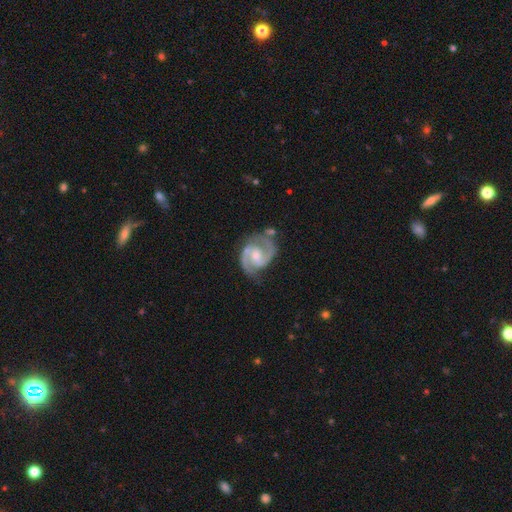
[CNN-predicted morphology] A featured or disk galaxy (91%) with a weak bar (49%), 2 (92%) medium (59%) spiral arms (98%) and a moderate central bulge (56%).

Vote fractions:
- Smooth or featured? featured or disk: 91% / smooth: 5% / star or artifact: 4%
- Edge-on disk? no: 98% / yes: 2%
- Bar? weak: 49% / no: 38% / strong: 12%
- Spiral arms? yes: 98% / no: 2%
- Spiral winding? medium: 59% / tight: 30% / loose: 11%
- Spiral arm count? 2: 92% / can't tell: 2% / 3: 2% / 1: 1% / 4: 1% / more than 4: 1%
- Bulge size? moderate: 56% / small: 31% / none: 6% / large: 6% / dominant: 1%
- Merging? none: 69% / minor disturbance: 20% / major disturbance: 6% / merger: 5%